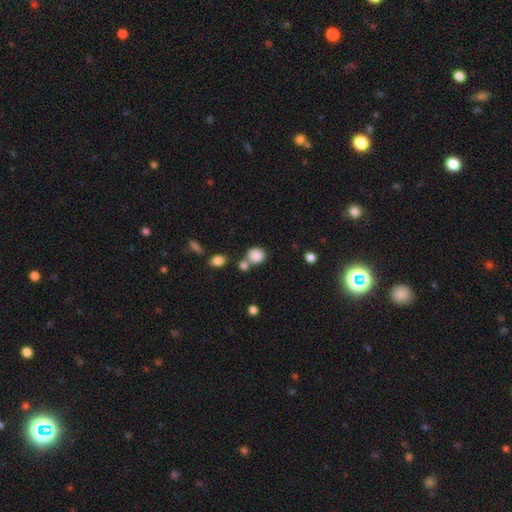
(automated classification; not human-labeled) The model was most divided on "merging": none: 54%, merger: 30%, minor disturbance: 11%, major disturbance: 5%. More confident: smooth or featured — smooth (85%); how rounded — round (77%).